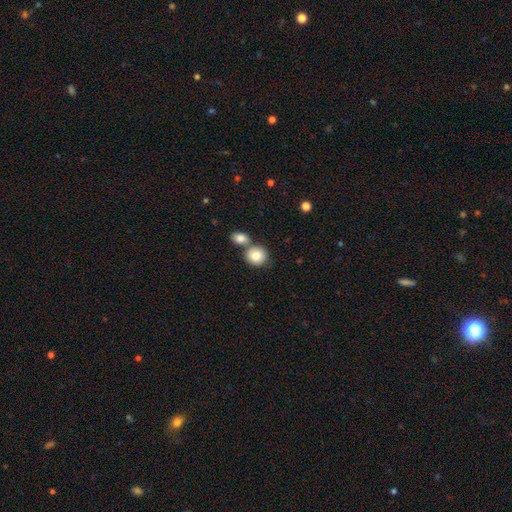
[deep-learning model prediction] Smooth or featured? Predicted: smooth (p=0.81). How rounded? Predicted: round (p=0.81). Merging? Predicted: none (p=0.55).